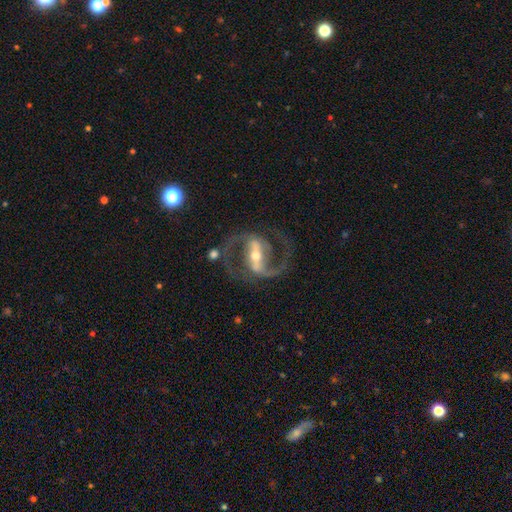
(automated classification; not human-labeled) This appears to be a featured or disk galaxy (92%) with a strong bar (71%), 2 (94%) medium (66%) spiral arms (98%) and a moderate central bulge (50%). Merging: none (78%).